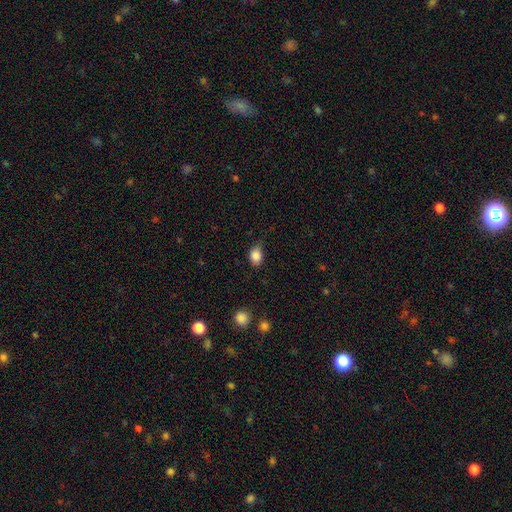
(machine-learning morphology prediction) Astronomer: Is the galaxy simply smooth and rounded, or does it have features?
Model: smooth — 86%.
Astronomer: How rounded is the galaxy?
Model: in between — 63%.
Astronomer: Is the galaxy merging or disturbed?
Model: none — 65%.